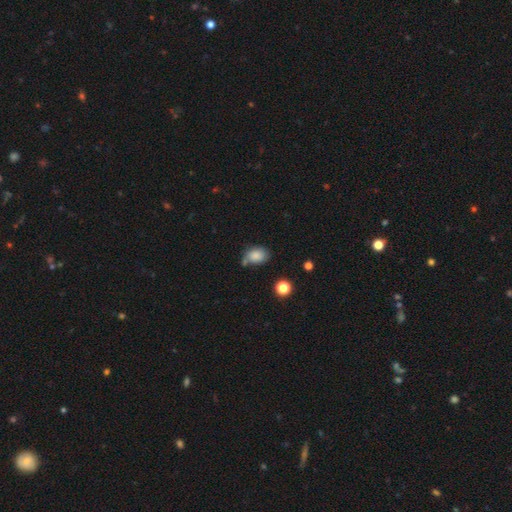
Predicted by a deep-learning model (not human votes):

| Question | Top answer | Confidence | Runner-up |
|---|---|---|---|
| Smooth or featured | smooth | 83% | star or artifact (10%) |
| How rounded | in between | 73% | round (26%) |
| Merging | none | 58% | minor disturbance (23%) |